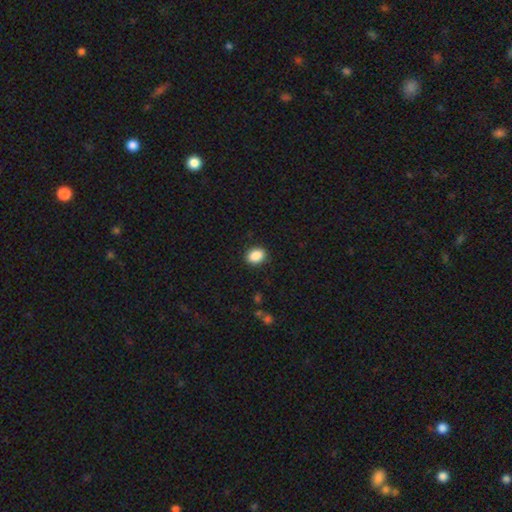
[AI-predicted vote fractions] smooth-or-featured: smooth: 89% | star or artifact: 8% | featured or disk: 3%
  how-rounded: in between: 69% | round: 29% | cigar-shaped: 1%
  merging: none: 88% | minor disturbance: 8% | major disturbance: 2% | merger: 1%